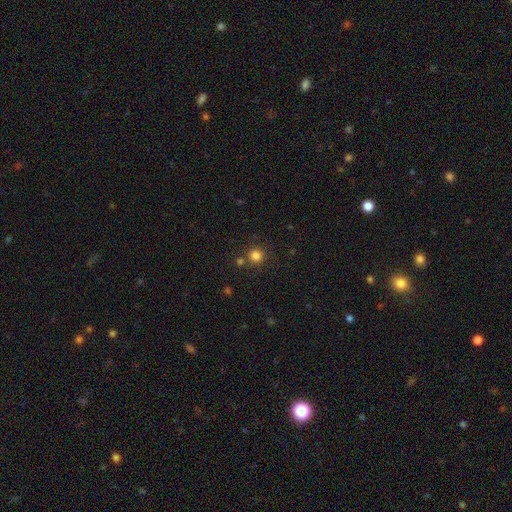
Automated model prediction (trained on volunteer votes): Smooth or featured: smooth — 82% (star or artifact — 14%)
How rounded: round — 94% (in between — 5%)
Merging: none — 79% (merger — 11%)